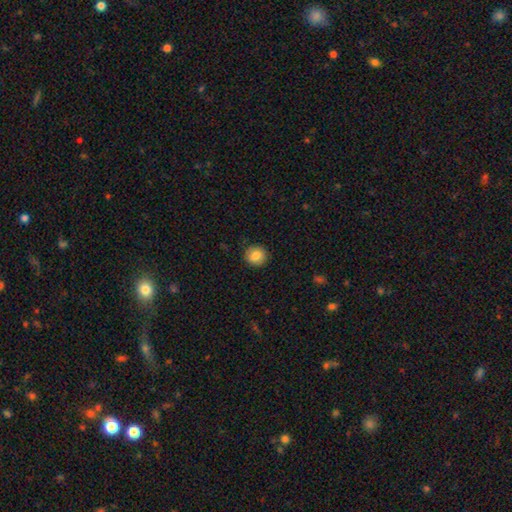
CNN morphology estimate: Smooth or featured?
  - smooth: 85% *
  - star or artifact: 9%
  - featured or disk: 7%
How rounded?
  - round: 90% *
  - in between: 9%
  - cigar-shaped: 1%
Merging?
  - none: 90% *
  - minor disturbance: 7%
  - major disturbance: 2%
  - merger: 1%